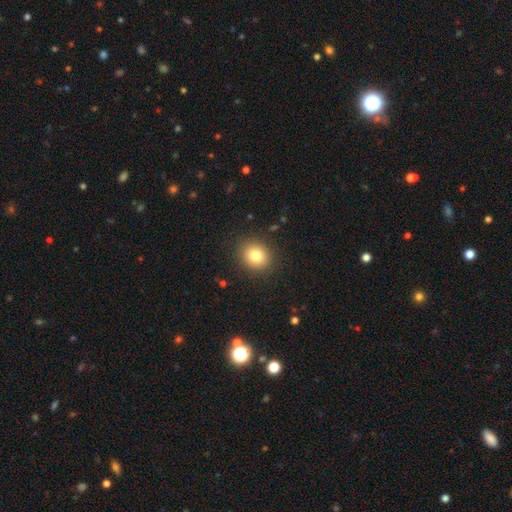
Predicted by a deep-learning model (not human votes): smooth 81%, star or artifact 10%, featured or disk 9%. Down the decision tree: how rounded — round (70%); merging — none (89%).